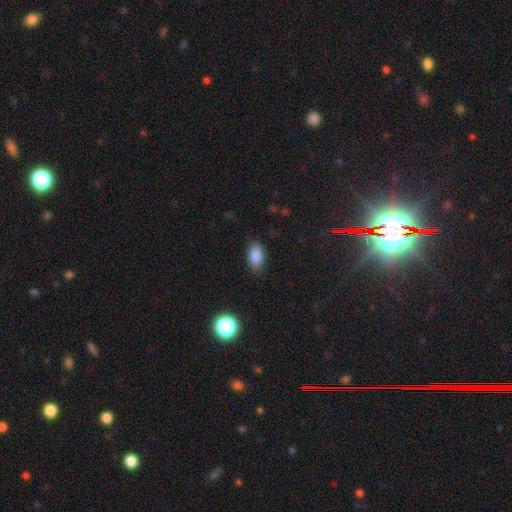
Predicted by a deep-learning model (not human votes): The model was most divided on "merging": none: 80%, minor disturbance: 16%, major disturbance: 3%, merger: 1%. More confident: how rounded — in between (92%); smooth or featured — smooth (87%).